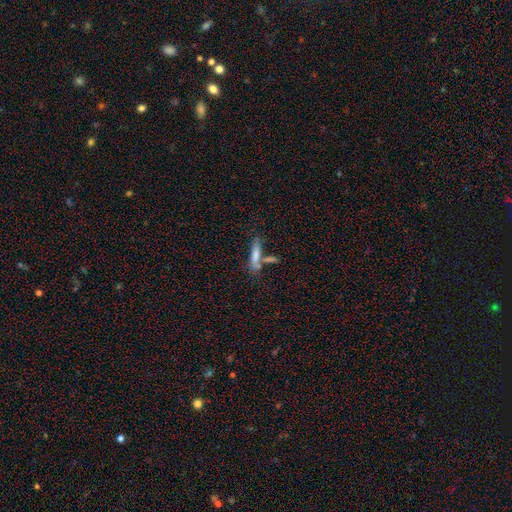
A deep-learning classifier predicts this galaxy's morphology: Q: Smooth or featured?
A: smooth (70%); runner-up: featured or disk (22%)
Q: How rounded?
A: cigar-shaped (82%); runner-up: in between (16%)
Q: Merging?
A: none (55%); runner-up: merger (25%)